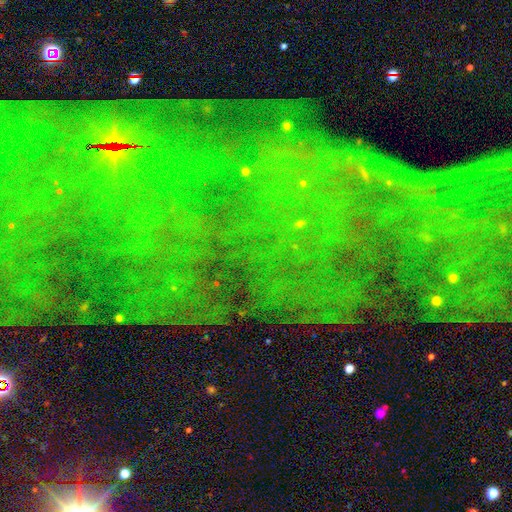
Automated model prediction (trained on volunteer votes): Smooth or featured? star or artifact (79%)